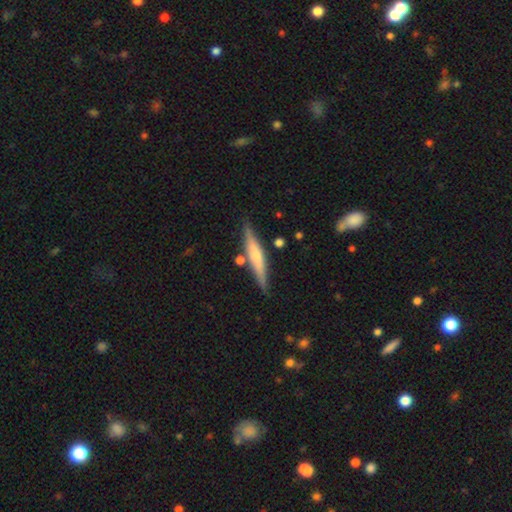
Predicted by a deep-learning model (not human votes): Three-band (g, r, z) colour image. It shows a featured or disk galaxy (49%). Merging: none (80%).